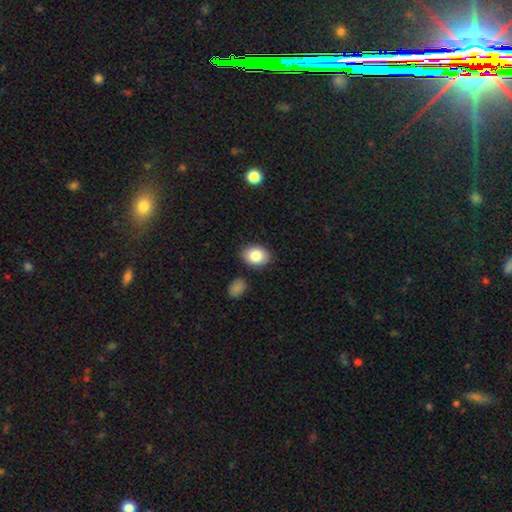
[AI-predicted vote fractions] smooth_or_featured: smooth (p=0.84) [alt: featured or disk p=0.09]
how_rounded: in between (p=0.71) [alt: round p=0.28]
merging: none (p=0.85) [alt: minor disturbance p=0.10]